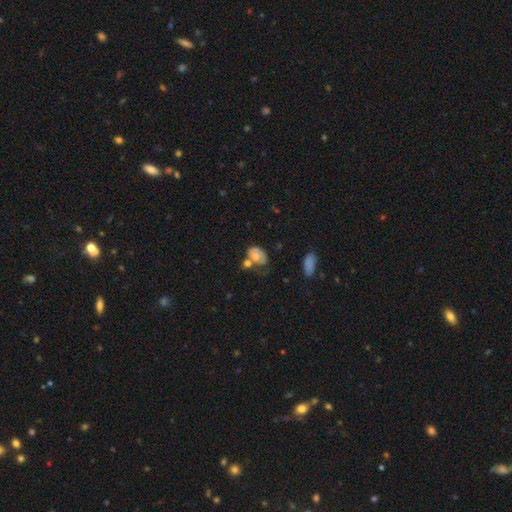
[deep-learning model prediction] Q: Smooth or featured?
A: smooth (60%); runner-up: featured or disk (32%)
Q: How rounded?
A: in between (78%); runner-up: round (20%)
Q: Merging?
A: merger (32%); runner-up: none (28%)